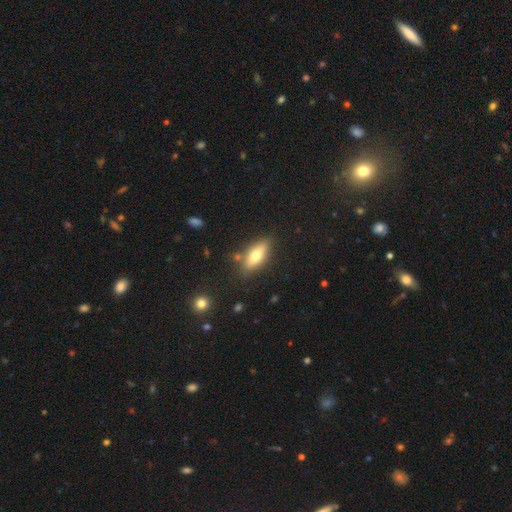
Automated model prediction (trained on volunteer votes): Overall: smooth (66%; featured or disk 27%). How rounded: in between (74%). Merging: none (80%).